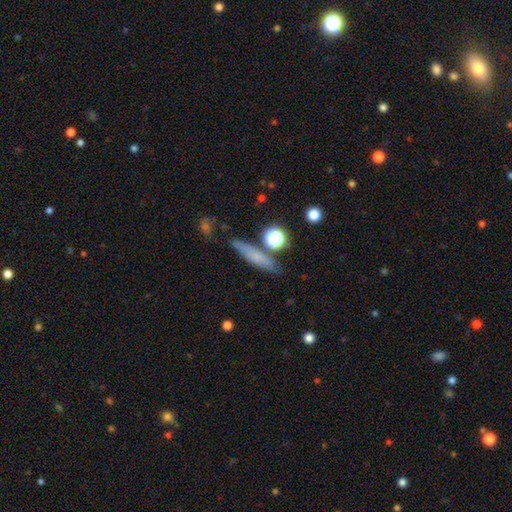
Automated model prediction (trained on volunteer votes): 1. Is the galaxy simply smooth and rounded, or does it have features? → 63% smooth, 25% featured or disk, 12% star or artifact.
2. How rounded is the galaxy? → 77% cigar-shaped, 14% in between, 9% round.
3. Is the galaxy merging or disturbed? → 75% none, 13% minor disturbance, 7% merger, 4% major disturbance.